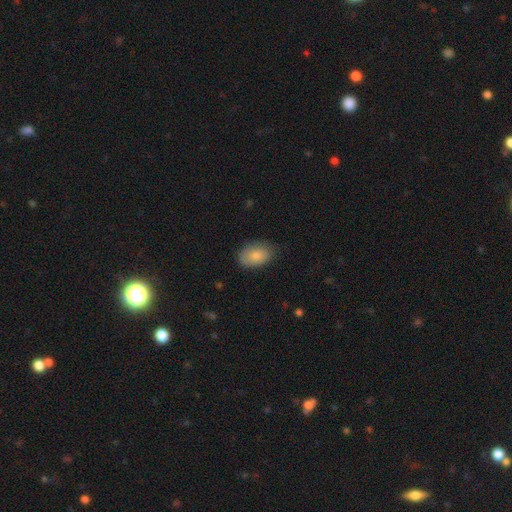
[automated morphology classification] Smooth or featured: smooth — 82% (featured or disk — 11%)
How rounded: in between — 90% (round — 9%)
Merging: none — 75% (minor disturbance — 20%)